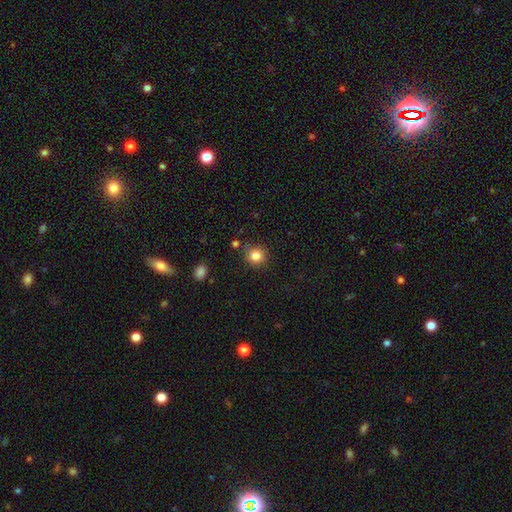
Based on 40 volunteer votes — Overall: smooth (85%). How rounded: round (91%). Merging: none (86%).